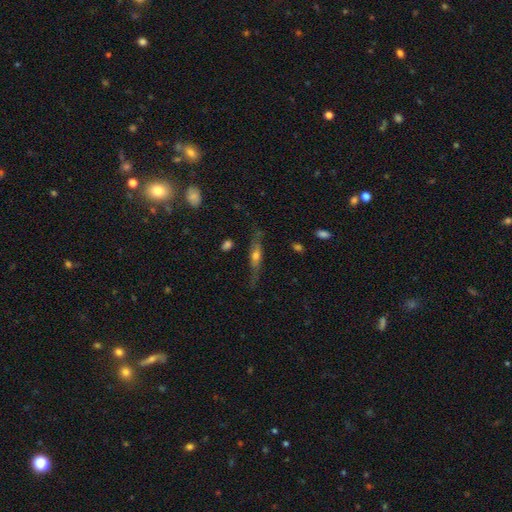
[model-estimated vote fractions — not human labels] Smooth or featured? Predicted: featured or disk (p=0.56). Edge-on disk? Predicted: yes (p=0.79). Merging? Predicted: none (p=0.66).